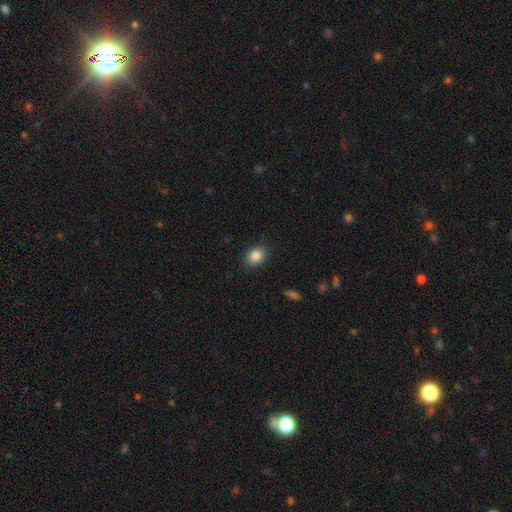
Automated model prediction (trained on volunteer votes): Morphology: type=smooth (85%); roundness=in between (54%); merging=none (88%).